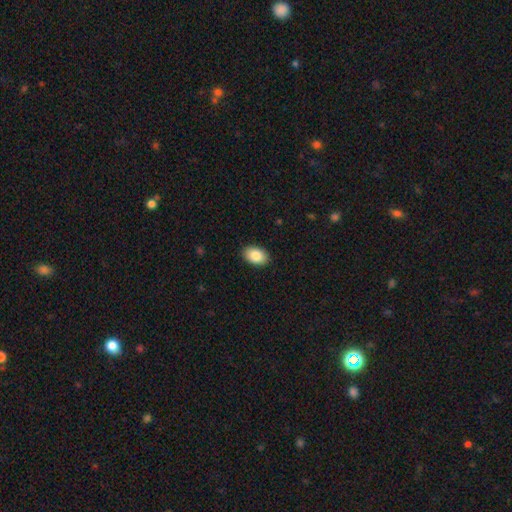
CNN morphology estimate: type=smooth (86%); roundness=in between (87%); merging=none (90%).